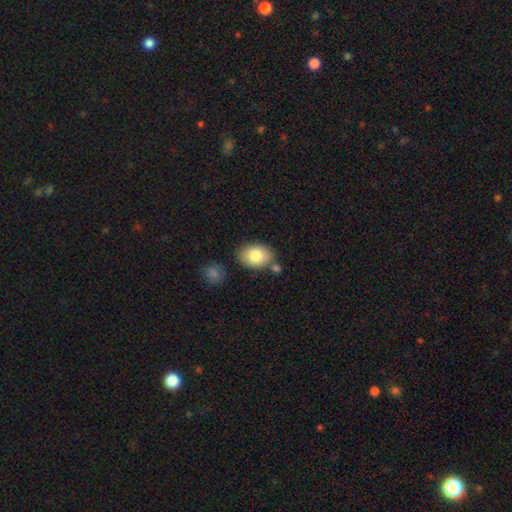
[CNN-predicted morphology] This appears to be a smooth galaxy with no disk features (80%) that is in between round and cigar-shaped (80%). Merging: none (75%).